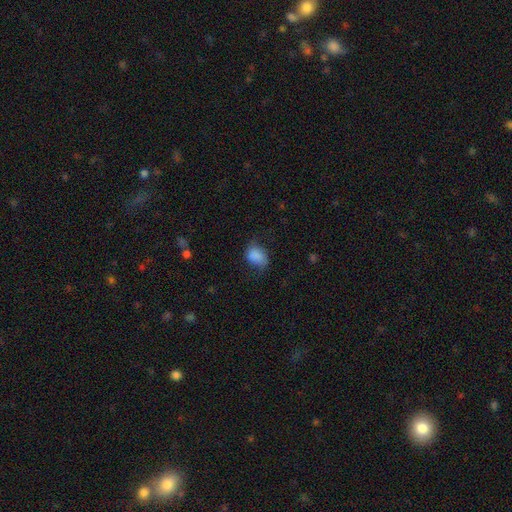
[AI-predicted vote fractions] A smooth galaxy with no disk features (82%) that is in between round and cigar-shaped (71%).

Vote fractions:
- Smooth or featured? smooth: 82% / featured or disk: 9% / star or artifact: 9%
- How rounded? in between: 71% / round: 28% / cigar-shaped: 1%
- Merging? none: 53% / minor disturbance: 31% / major disturbance: 15% / merger: 2%